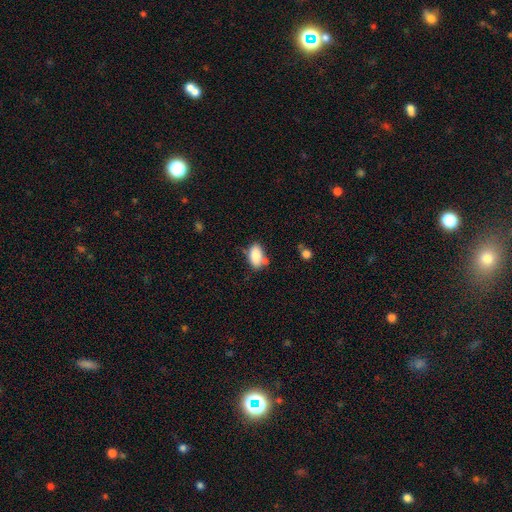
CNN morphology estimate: type=smooth (84%); roundness=in between (91%); merging=none (60%).